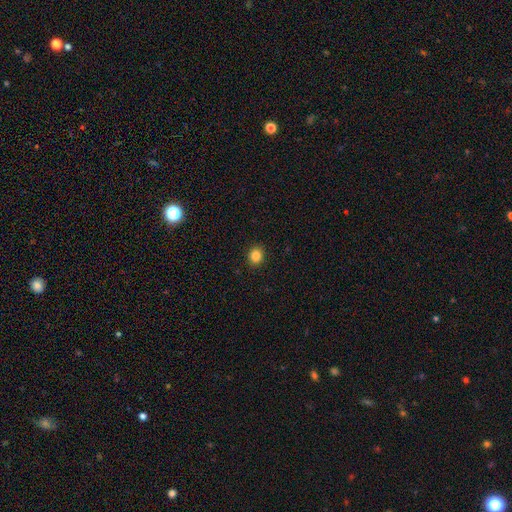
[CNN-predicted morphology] The model was most divided on "how rounded": round: 76%, in between: 23%, cigar-shaped: 1%. More confident: merging — none (92%); smooth or featured — smooth (85%).